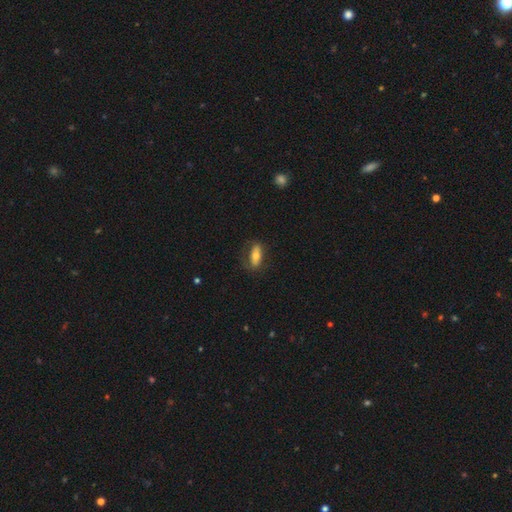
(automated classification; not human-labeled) smooth 63%, featured or disk 30%, star or artifact 7%. Down the decision tree: how rounded — in between (72%); merging — none (70%).